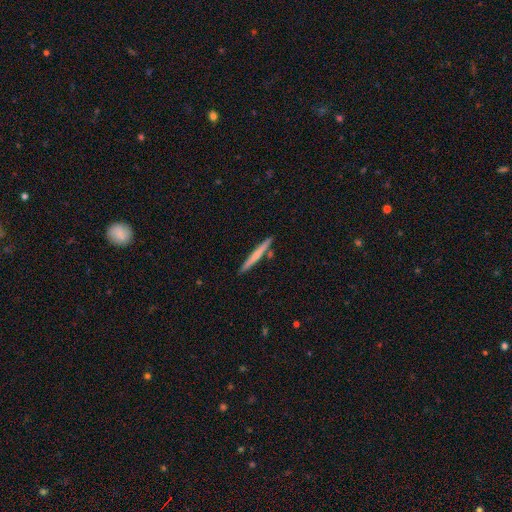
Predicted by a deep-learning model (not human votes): Overall: featured or disk (49%; smooth 45%). Merging: none (89%).